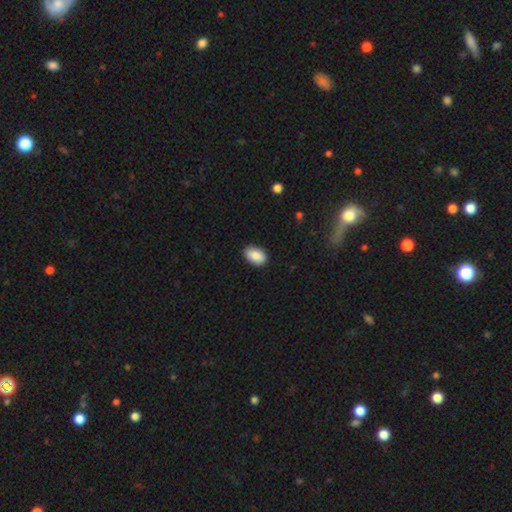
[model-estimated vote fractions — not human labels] smooth 88%, star or artifact 7%, featured or disk 5%. Down the decision tree: how rounded — in between (89%); merging — none (87%).